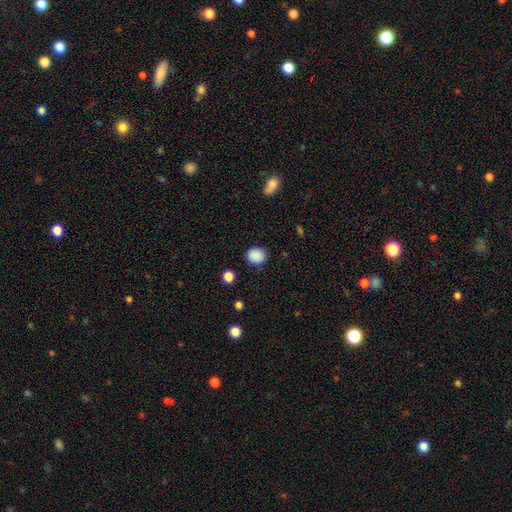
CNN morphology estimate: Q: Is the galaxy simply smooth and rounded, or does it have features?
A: smooth — 88%.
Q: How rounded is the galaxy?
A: round — 73%.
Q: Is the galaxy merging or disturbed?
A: none — 85%.